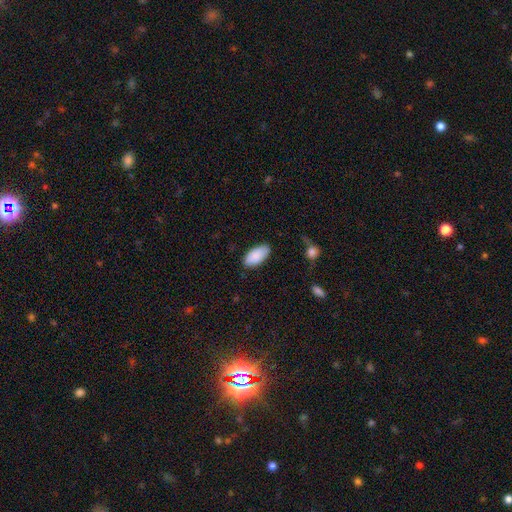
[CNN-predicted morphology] The model was most divided on "merging": none: 82%, minor disturbance: 14%, major disturbance: 3%, merger: 1%. More confident: how rounded — in between (94%); smooth or featured — smooth (89%).